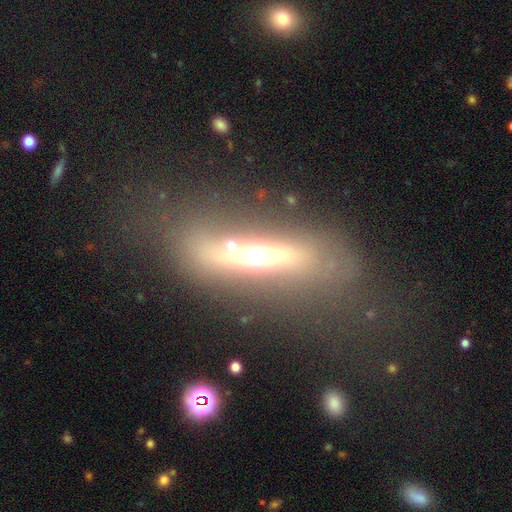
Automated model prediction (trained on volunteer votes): Smooth or featured? Predicted: featured or disk (p=0.57). Edge-on disk? Predicted: yes (p=0.66). Merging? Predicted: none (p=0.52).